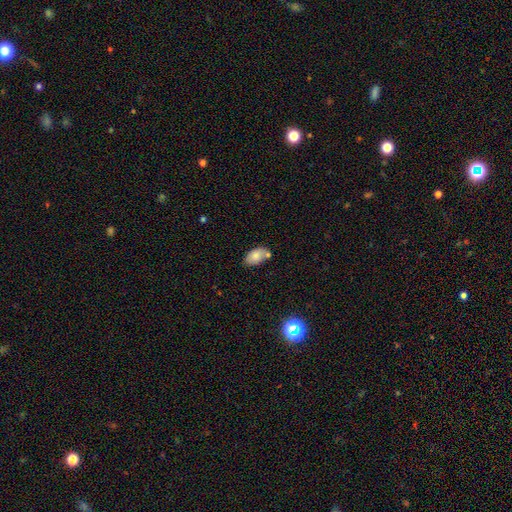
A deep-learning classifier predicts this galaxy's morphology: smooth 81%, featured or disk 11%, star or artifact 8%. Down the decision tree: how rounded — in between (93%); merging — none (64%).